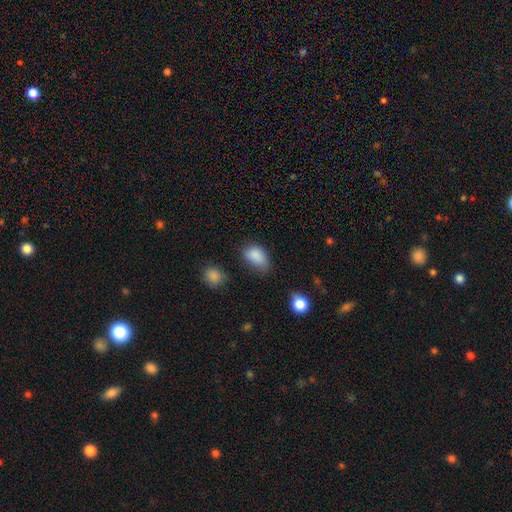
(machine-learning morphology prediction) A smooth galaxy with no disk features (86%) that is in between round and cigar-shaped (88%). Merging: none (54%).